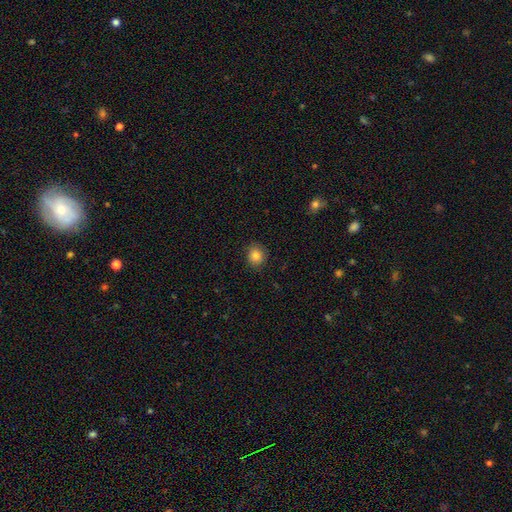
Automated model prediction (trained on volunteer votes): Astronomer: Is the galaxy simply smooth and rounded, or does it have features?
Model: smooth — 83%.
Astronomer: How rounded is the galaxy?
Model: round — 80%.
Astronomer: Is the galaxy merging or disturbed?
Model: none — 86%.